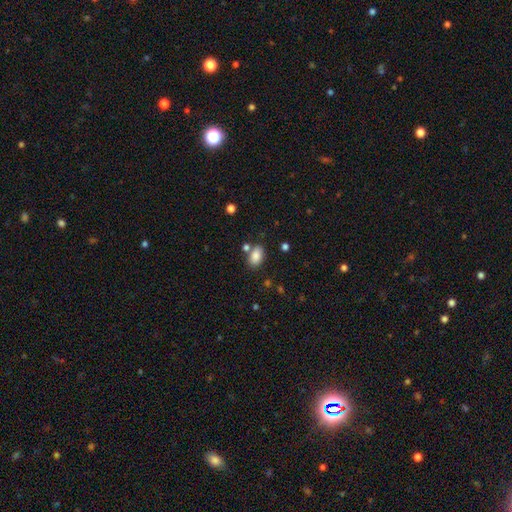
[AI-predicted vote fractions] smooth-or-featured: smooth: 86% | star or artifact: 9% | featured or disk: 6%
  how-rounded: in between: 90% | round: 8% | cigar-shaped: 2%
  merging: none: 71% | merger: 13% | minor disturbance: 13% | major disturbance: 4%